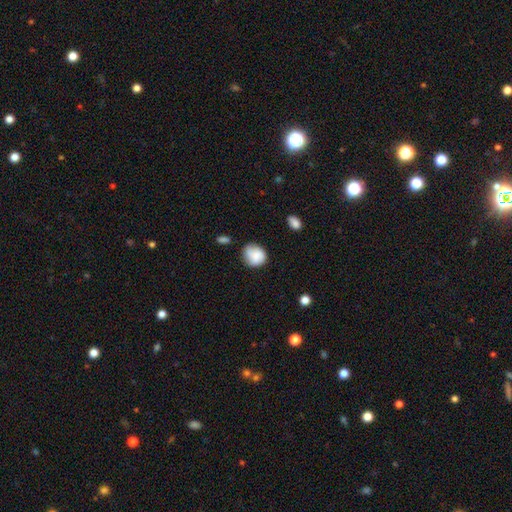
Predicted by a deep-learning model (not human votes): Smooth or featured?
  - smooth: 81% *
  - featured or disk: 11%
  - star or artifact: 8%
How rounded?
  - round: 70% *
  - in between: 29%
  - cigar-shaped: 1%
Merging?
  - none: 59% *
  - minor disturbance: 29%
  - major disturbance: 7%
  - merger: 4%